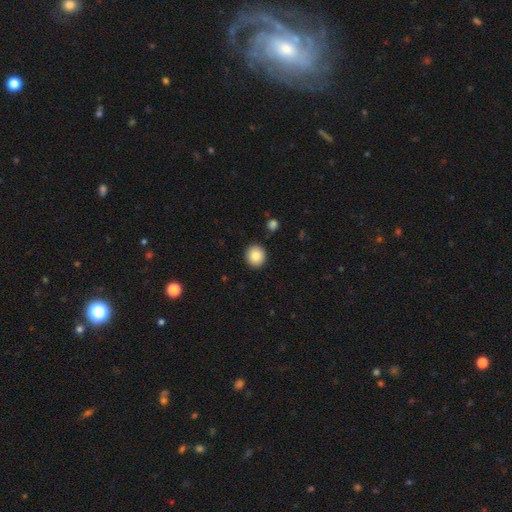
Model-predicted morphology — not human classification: The model was most divided on "how rounded": round: 88%, in between: 11%, cigar-shaped: 1%. More confident: merging — none (91%); smooth or featured — smooth (86%).